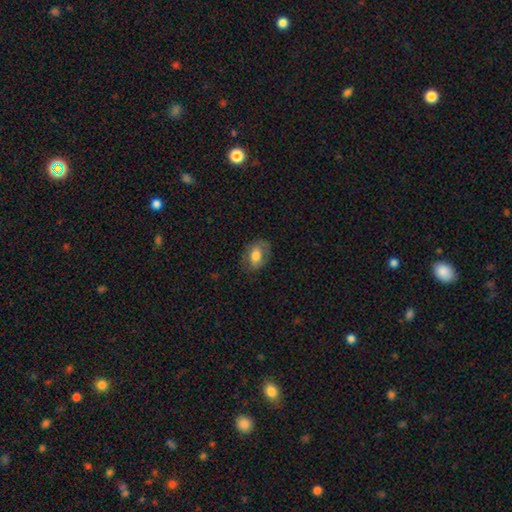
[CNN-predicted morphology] A smooth galaxy with no disk features (66%) that is in between round and cigar-shaped (80%). Merging: none (74%).